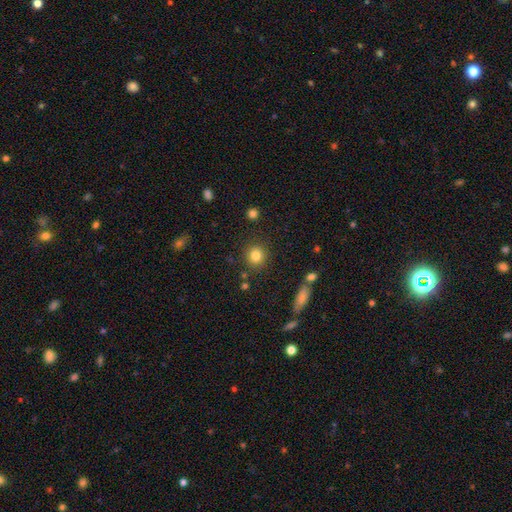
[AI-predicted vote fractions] Smooth or featured? smooth (83%)
How rounded? round (90%)
Merging? none (87%)